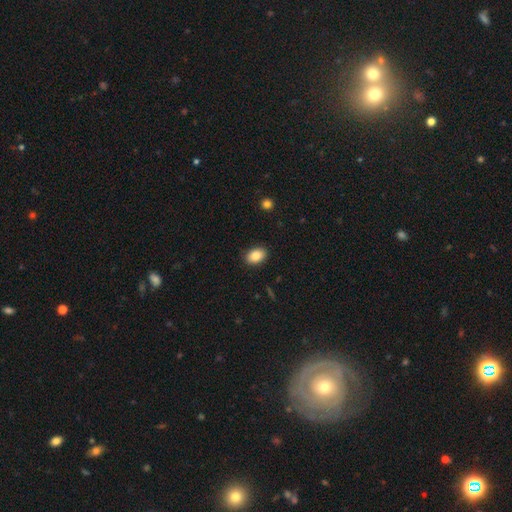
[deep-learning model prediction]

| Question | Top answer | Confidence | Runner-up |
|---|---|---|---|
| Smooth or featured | smooth | 85% | star or artifact (8%) |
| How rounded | in between | 85% | round (14%) |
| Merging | none | 88% | minor disturbance (8%) |